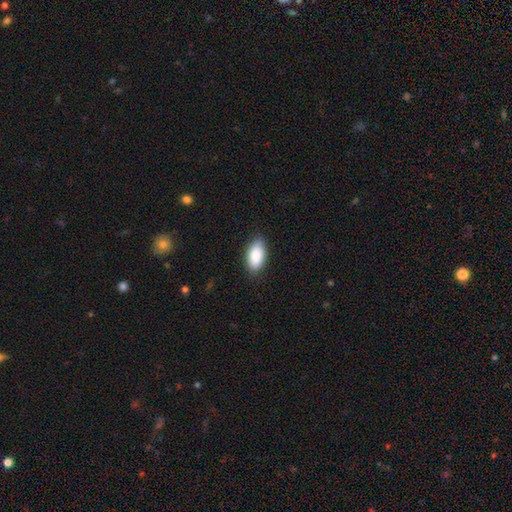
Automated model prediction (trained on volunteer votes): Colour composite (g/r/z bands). It shows a smooth galaxy with no disk features (88%) that is in between round and cigar-shaped (94%). Merging: none (85%).